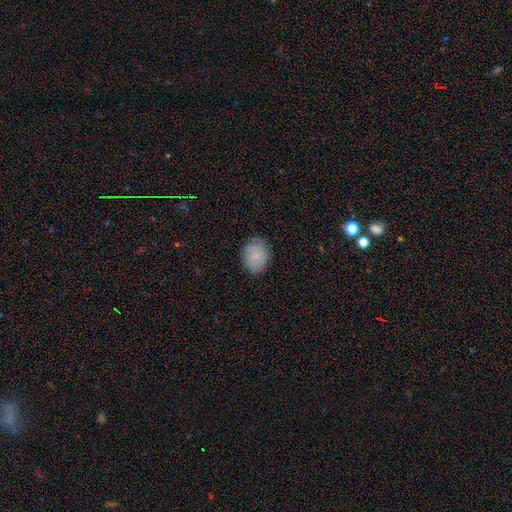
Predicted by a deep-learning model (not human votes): Smooth or featured? Predicted: smooth (p=0.81). How rounded? Predicted: in between (p=0.65). Merging? Predicted: none (p=0.82).